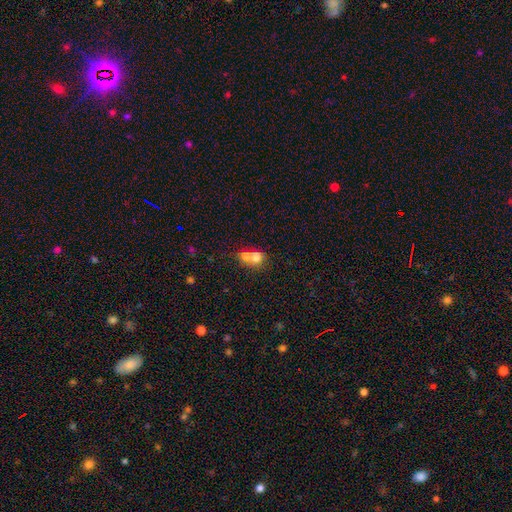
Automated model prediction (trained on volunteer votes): Overall: smooth (69%). How rounded: round (70%). Merging: merger (66%).